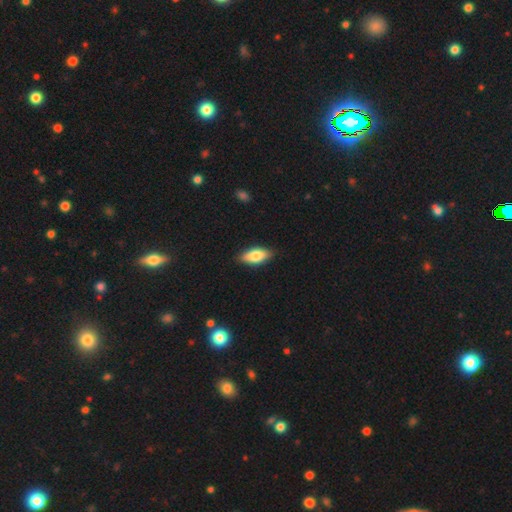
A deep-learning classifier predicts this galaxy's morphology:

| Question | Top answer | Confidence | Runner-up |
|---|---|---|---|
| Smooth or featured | smooth | 76% | featured or disk (18%) |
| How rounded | in between | 85% | cigar-shaped (12%) |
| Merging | none | 86% | minor disturbance (11%) |